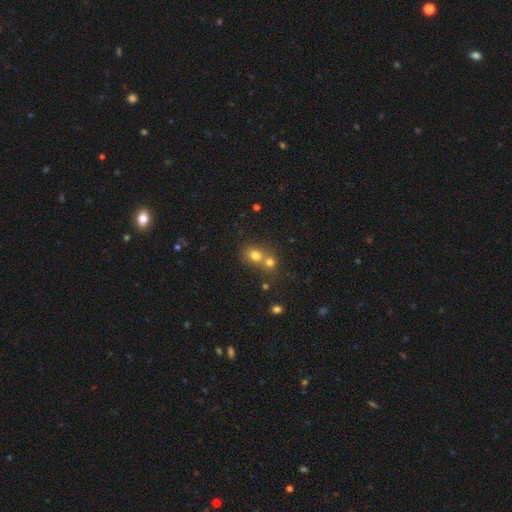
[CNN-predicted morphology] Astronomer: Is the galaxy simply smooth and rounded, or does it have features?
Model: smooth — 72%.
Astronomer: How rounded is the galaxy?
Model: round — 72%.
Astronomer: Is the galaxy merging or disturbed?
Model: merger — 56% (runner-up: none, 36%).